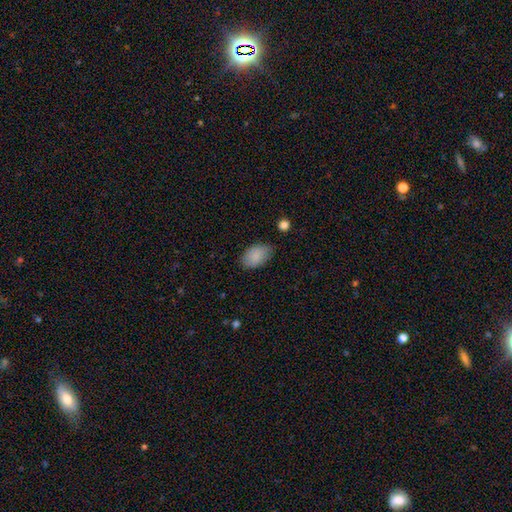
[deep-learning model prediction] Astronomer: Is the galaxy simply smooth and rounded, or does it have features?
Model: smooth — 87%.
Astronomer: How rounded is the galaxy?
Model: in between — 92%.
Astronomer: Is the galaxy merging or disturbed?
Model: none — 74%.